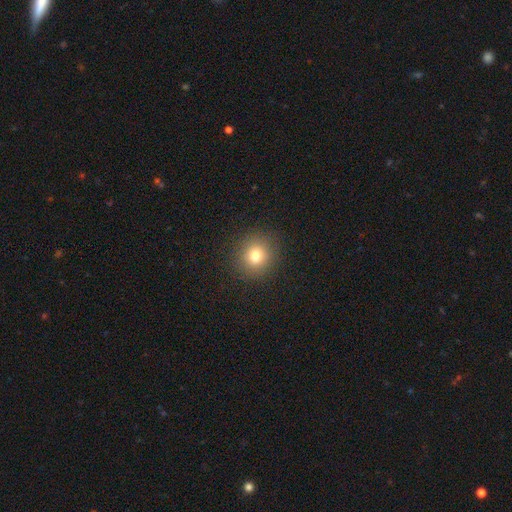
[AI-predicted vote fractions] A smooth galaxy with no disk features (78%) that is round (88%). Merging: none (90%).